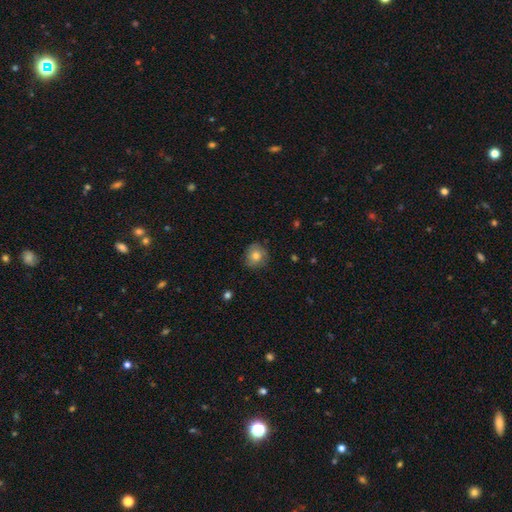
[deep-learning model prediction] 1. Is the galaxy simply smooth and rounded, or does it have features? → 76% smooth, 15% featured or disk, 9% star or artifact.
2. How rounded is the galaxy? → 88% round, 11% in between, 1% cigar-shaped.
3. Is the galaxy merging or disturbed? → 80% none, 16% minor disturbance, 3% major disturbance, 1% merger.